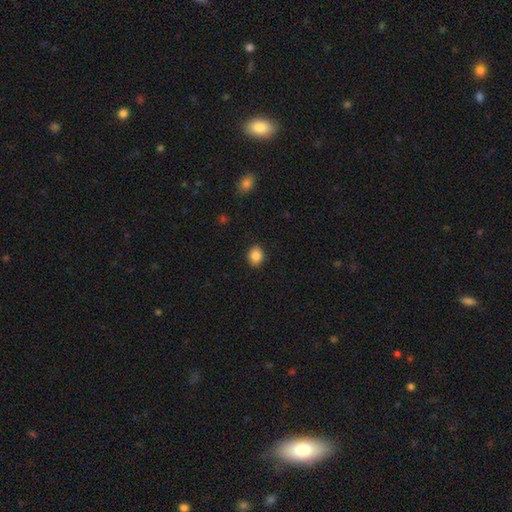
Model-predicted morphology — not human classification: The model was most divided on "how rounded": round: 55%, in between: 44%, cigar-shaped: 1%. More confident: merging — none (90%); smooth or featured — smooth (86%).